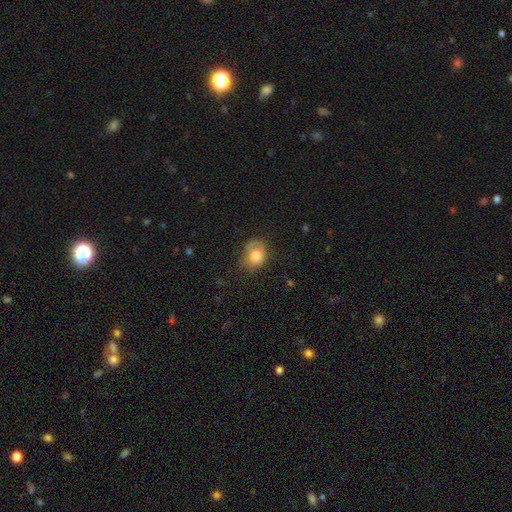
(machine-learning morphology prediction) smooth 75%, featured or disk 17%, star or artifact 8%. Down the decision tree: how rounded — in between (58%); merging — none (52%).